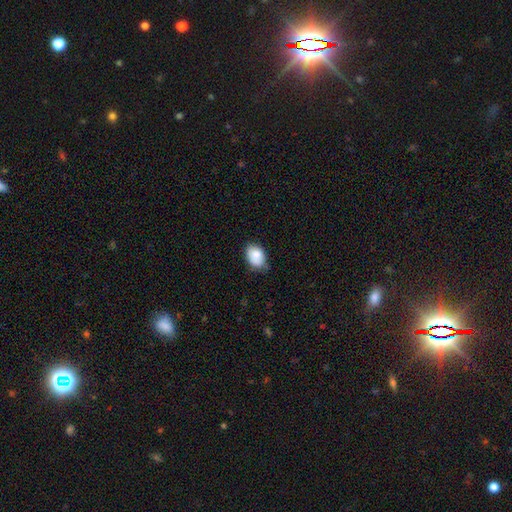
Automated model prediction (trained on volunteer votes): Smooth or featured: smooth — 83% (featured or disk — 9%)
How rounded: in between — 83% (round — 16%)
Merging: none — 67% (minor disturbance — 28%)